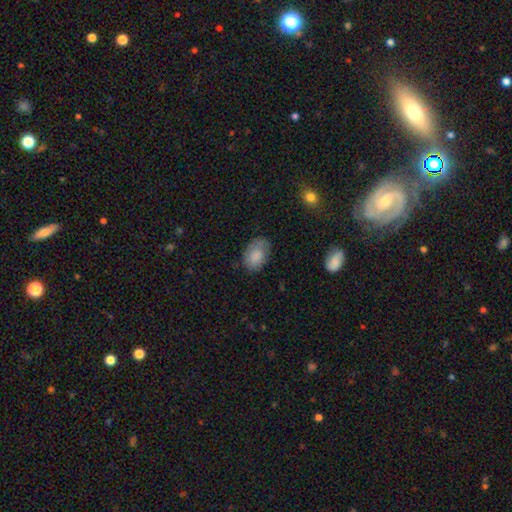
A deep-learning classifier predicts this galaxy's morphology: smooth-or-featured: smooth: 81% | featured or disk: 12% | star or artifact: 7%
  how-rounded: in between: 86% | round: 13% | cigar-shaped: 1%
  merging: none: 67% | minor disturbance: 24% | major disturbance: 7% | merger: 2%